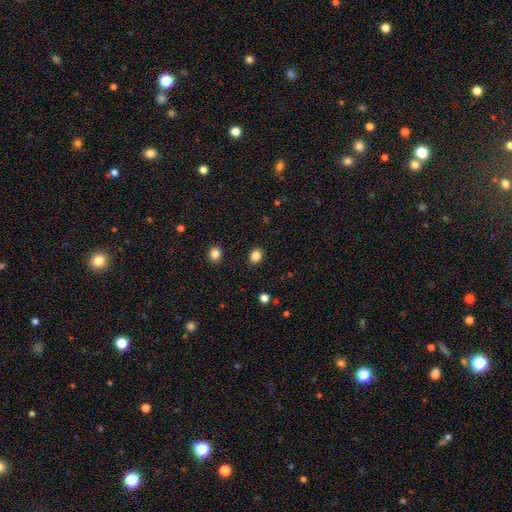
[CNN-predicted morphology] smooth_or_featured: smooth (p=0.85) [alt: star or artifact p=0.11]
how_rounded: round (p=0.55) [alt: in between p=0.44]
merging: none (p=0.89) [alt: minor disturbance p=0.07]